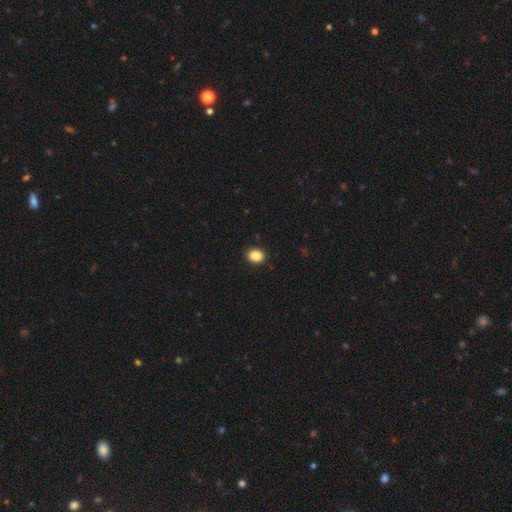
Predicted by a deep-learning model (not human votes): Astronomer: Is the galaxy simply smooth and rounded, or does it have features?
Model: smooth — 88%.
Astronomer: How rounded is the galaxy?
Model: in between — 53% (runner-up: round, 46%).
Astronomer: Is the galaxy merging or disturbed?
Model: none — 91%.